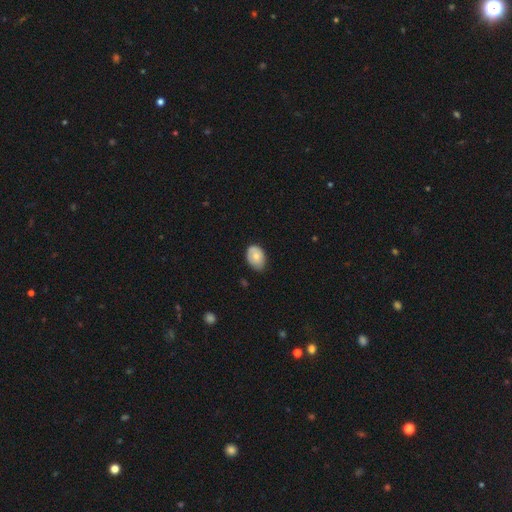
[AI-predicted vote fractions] A smooth galaxy with no disk features (70%) that is in between round and cigar-shaped (76%).

Vote fractions:
- Smooth or featured? smooth: 70% / featured or disk: 23% / star or artifact: 7%
- How rounded? in between: 76% / round: 23% / cigar-shaped: 1%
- Merging? none: 62% / minor disturbance: 32% / major disturbance: 5% / merger: 1%